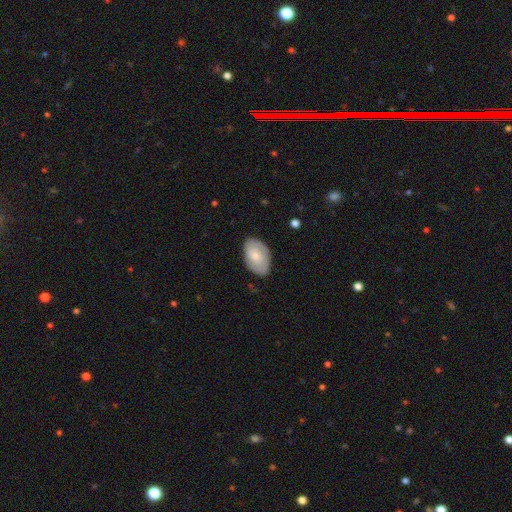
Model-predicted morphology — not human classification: smooth-or-featured: smooth: 67% | featured or disk: 27% | star or artifact: 6%
  how-rounded: in between: 92% | round: 7% | cigar-shaped: 1%
  merging: none: 79% | minor disturbance: 16% | major disturbance: 3% | merger: 1%